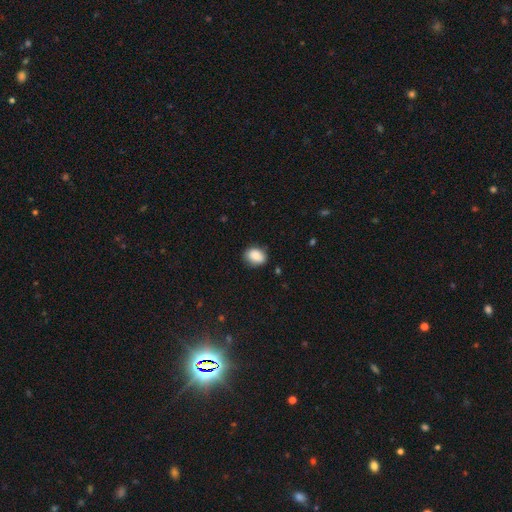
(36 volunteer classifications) Volunteers were most divided on "how rounded": round: 51%, in between: 49%, cigar-shaped: 0%. More confident: smooth or featured — smooth (97%); merging — none (81%).